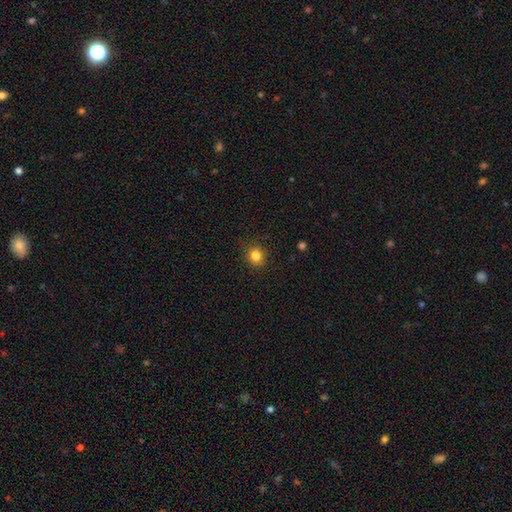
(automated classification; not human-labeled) smooth_or_featured: smooth (p=0.84) [alt: star or artifact p=0.12]
how_rounded: round (p=0.85) [alt: in between p=0.14]
merging: none (p=0.89) [alt: minor disturbance p=0.08]